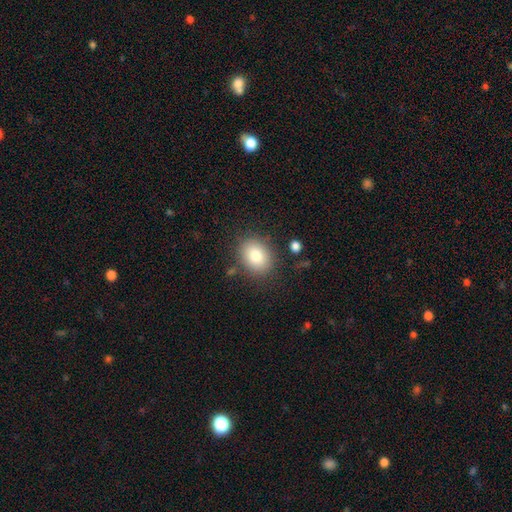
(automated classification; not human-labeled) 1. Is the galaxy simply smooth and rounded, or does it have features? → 83% smooth, 9% featured or disk, 9% star or artifact.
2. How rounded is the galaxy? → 55% in between, 44% round, 1% cigar-shaped.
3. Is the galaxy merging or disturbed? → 82% none, 11% minor disturbance, 4% major disturbance, 3% merger.